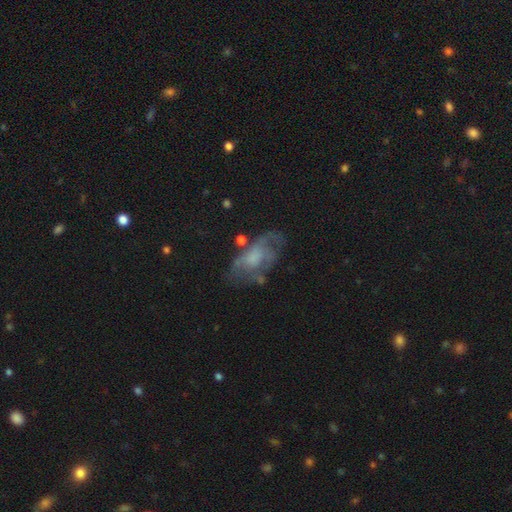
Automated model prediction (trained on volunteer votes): This appears to be a featured or disk galaxy (58%) with no bar (77%), spiral arms (53%) and no central bulge (31%, tied with moderate). Merging: none (50%).